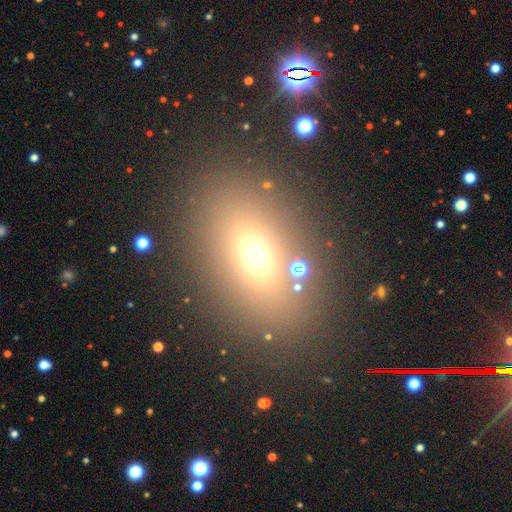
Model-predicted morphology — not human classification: Smooth or featured? smooth (62%)
How rounded? in between (70%)
Merging? none (82%)